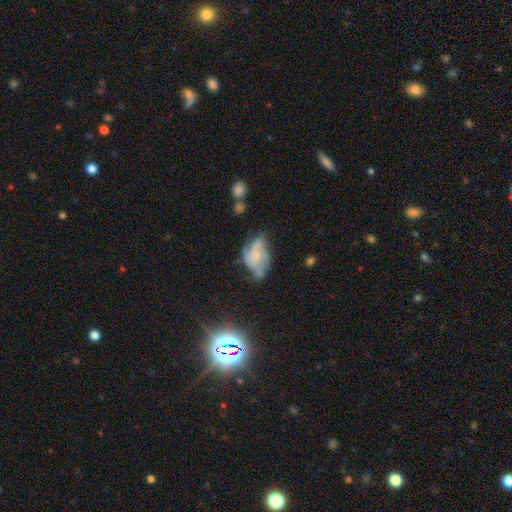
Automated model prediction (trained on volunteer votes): This appears to be a featured or disk galaxy (52%) with no bar (77%), spiral arms (62%) and no central bulge (46%). Merging: none (34%).